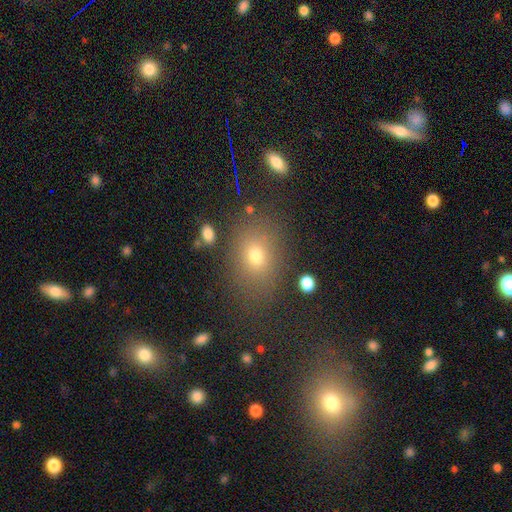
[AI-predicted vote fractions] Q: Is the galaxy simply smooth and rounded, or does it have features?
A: smooth — 70%.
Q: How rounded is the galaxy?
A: in between — 64%.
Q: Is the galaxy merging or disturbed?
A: none — 77%.